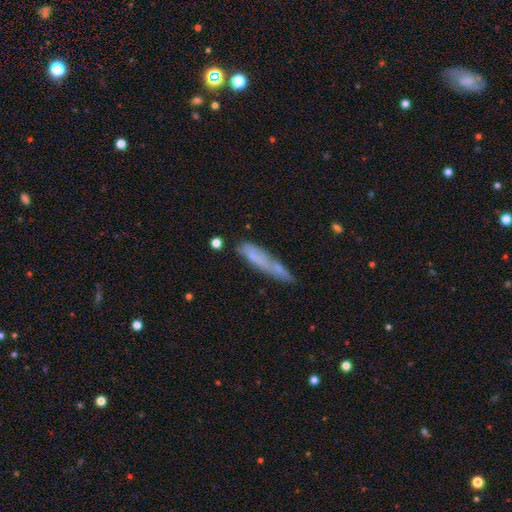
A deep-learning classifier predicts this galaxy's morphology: The model was most divided on "smooth or featured": smooth: 55%, featured or disk: 35%, star or artifact: 10%. More confident: how rounded — cigar-shaped (85%); merging — none (52%).